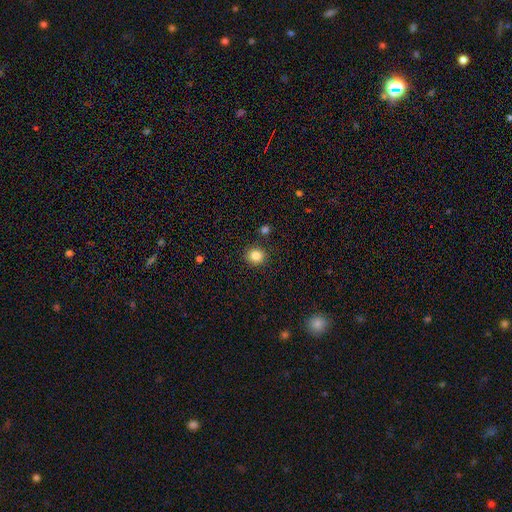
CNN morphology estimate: This appears to be a smooth galaxy with no disk features (84%) that is round (86%). Merging: none (88%).